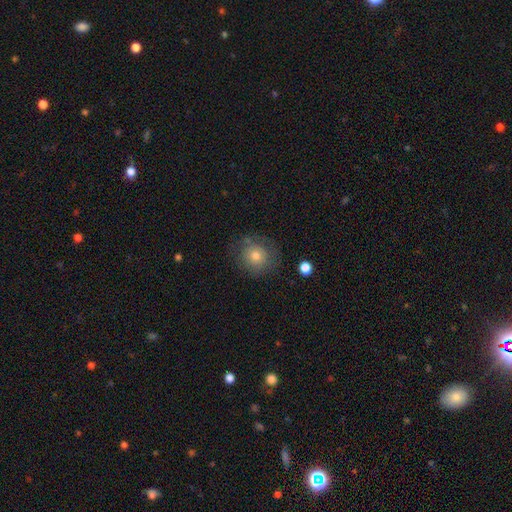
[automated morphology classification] A smooth galaxy with no disk features (69%) that is round (89%). Merging: none (77%).